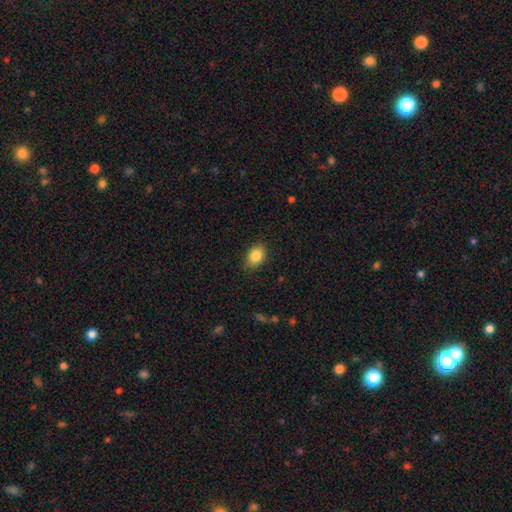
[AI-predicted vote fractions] Smooth or featured?
  - smooth: 85% *
  - star or artifact: 9%
  - featured or disk: 6%
How rounded?
  - in between: 76% *
  - round: 23%
  - cigar-shaped: 1%
Merging?
  - none: 86% *
  - minor disturbance: 11%
  - major disturbance: 2%
  - merger: 1%